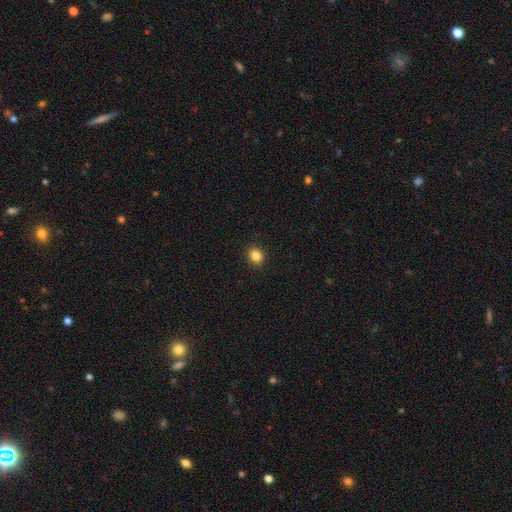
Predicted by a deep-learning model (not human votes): Overall: smooth (85%). How rounded: round (56%; in between 43%). Merging: none (91%).